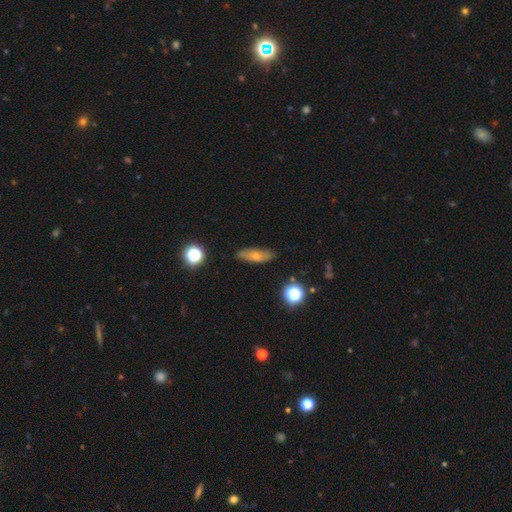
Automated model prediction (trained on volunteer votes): The model was most divided on "how rounded": in between: 57%, cigar-shaped: 37%, round: 6%. More confident: merging — none (83%); smooth or featured — smooth (58%).